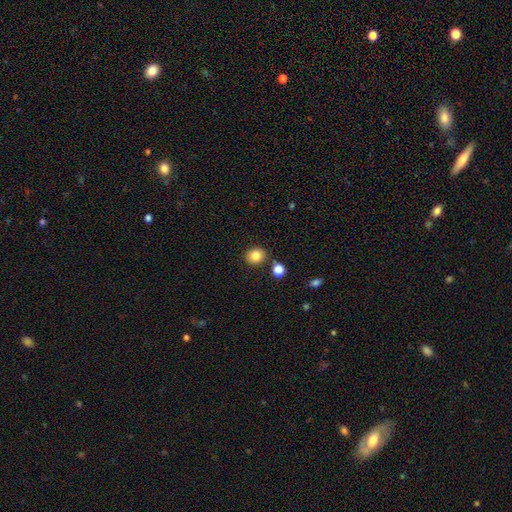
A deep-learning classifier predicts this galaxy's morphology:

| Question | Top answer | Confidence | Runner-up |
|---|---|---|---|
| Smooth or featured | smooth | 82% | star or artifact (11%) |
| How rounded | round | 72% | in between (27%) |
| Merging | none | 84% | minor disturbance (9%) |